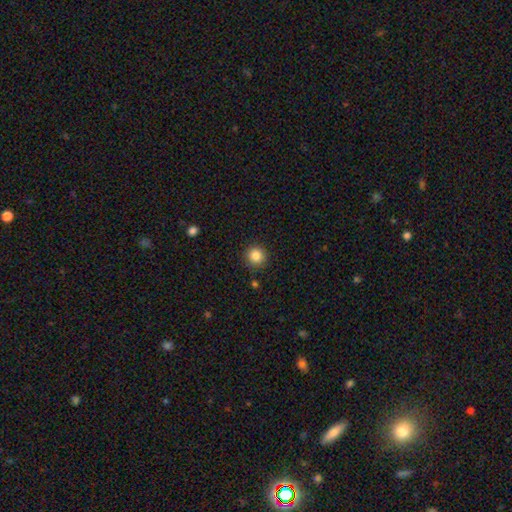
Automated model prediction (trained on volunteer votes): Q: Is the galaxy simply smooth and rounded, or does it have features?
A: smooth — 84%.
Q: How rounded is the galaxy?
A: round — 95%.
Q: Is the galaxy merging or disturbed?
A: none — 90%.